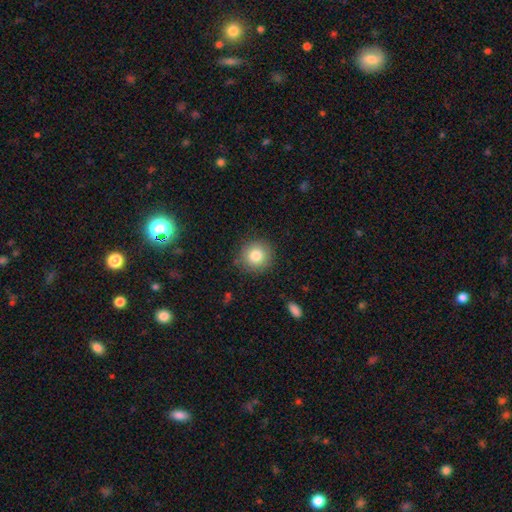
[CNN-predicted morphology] This is clearly a smooth galaxy (82%). How rounded: clearly round (92%). Merging: clearly none (86%).